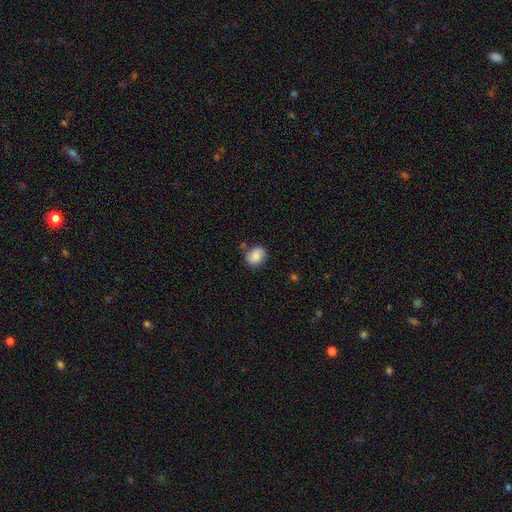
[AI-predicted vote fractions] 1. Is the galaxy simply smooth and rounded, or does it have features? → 77% smooth, 14% featured or disk, 9% star or artifact.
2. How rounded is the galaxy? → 57% round, 42% in between, 1% cigar-shaped.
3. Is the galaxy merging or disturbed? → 69% none, 20% minor disturbance, 6% merger, 5% major disturbance.